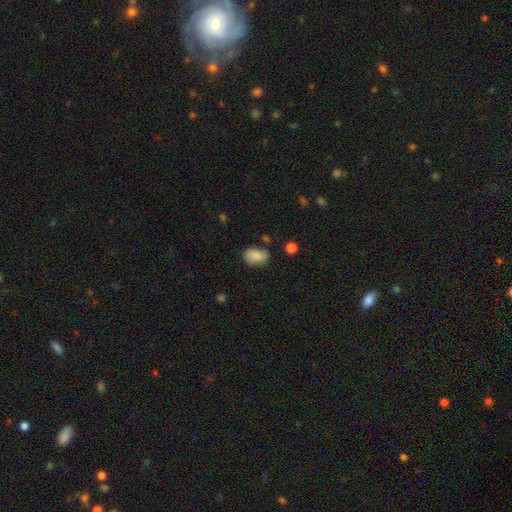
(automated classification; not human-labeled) Smooth or featured?
  - smooth: 85% *
  - star or artifact: 8%
  - featured or disk: 7%
How rounded?
  - in between: 85% *
  - round: 13%
  - cigar-shaped: 1%
Merging?
  - none: 68% *
  - minor disturbance: 23%
  - major disturbance: 5%
  - merger: 3%